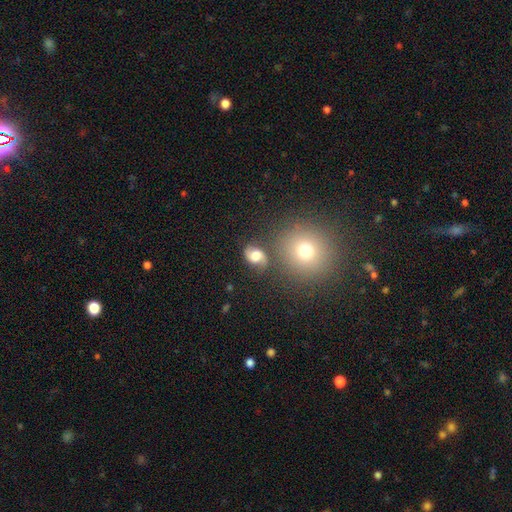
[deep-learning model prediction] Morphology: type=featured or disk (49%); merging=none (66%).